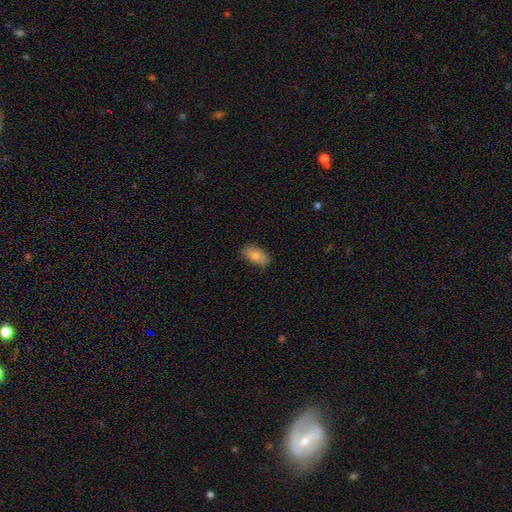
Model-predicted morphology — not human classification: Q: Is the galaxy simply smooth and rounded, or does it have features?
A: smooth — 78%.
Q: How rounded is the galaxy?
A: in between — 94%.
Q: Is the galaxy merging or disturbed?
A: none — 73%.